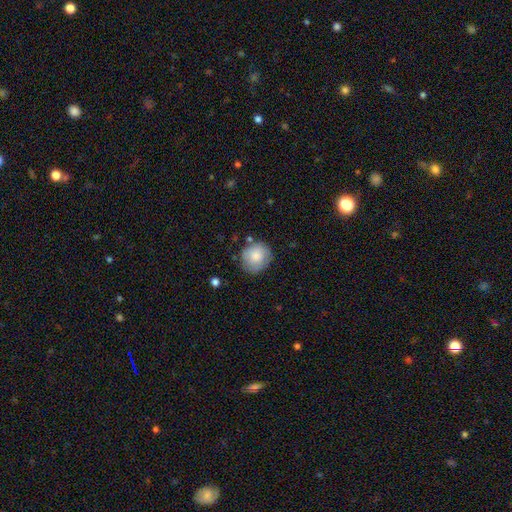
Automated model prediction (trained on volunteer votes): smooth-or-featured: smooth: 81% | featured or disk: 12% | star or artifact: 7%
  how-rounded: round: 85% | in between: 14% | cigar-shaped: 1%
  merging: none: 77% | minor disturbance: 16% | major disturbance: 4% | merger: 3%